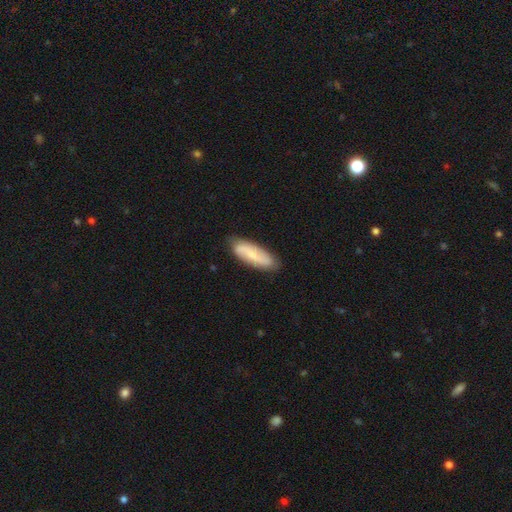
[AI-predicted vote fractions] Smooth or featured? Predicted: smooth (p=0.57). How rounded? Predicted: cigar-shaped (p=0.53). Merging? Predicted: none (p=0.86).